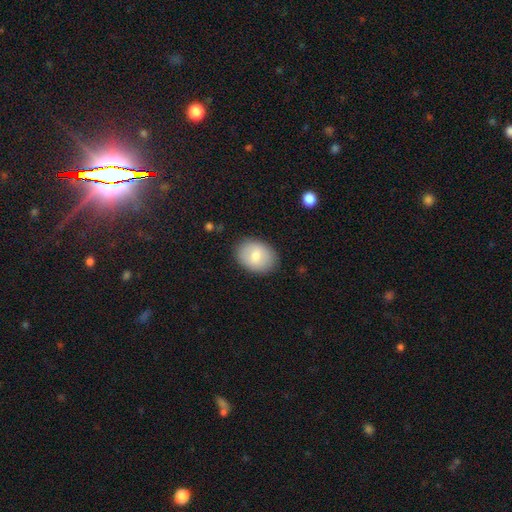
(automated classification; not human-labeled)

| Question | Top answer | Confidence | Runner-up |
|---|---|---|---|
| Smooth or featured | smooth | 73% | featured or disk (20%) |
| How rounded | in between | 69% | round (30%) |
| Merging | none | 86% | minor disturbance (10%) |